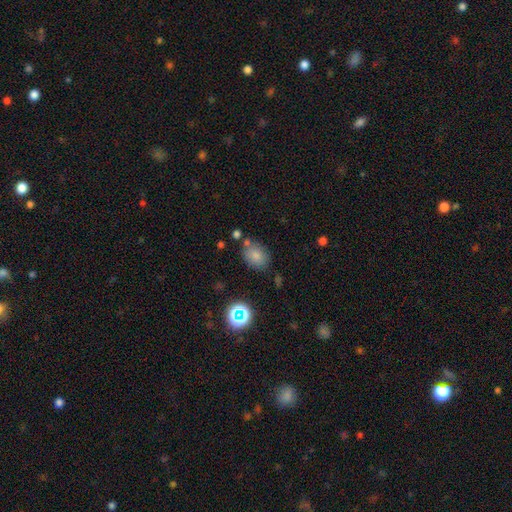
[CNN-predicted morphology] smooth-or-featured: smooth: 78% | star or artifact: 13% | featured or disk: 9%
  how-rounded: in between: 65% | round: 34% | cigar-shaped: 1%
  merging: none: 72% | minor disturbance: 15% | merger: 9% | major disturbance: 4%